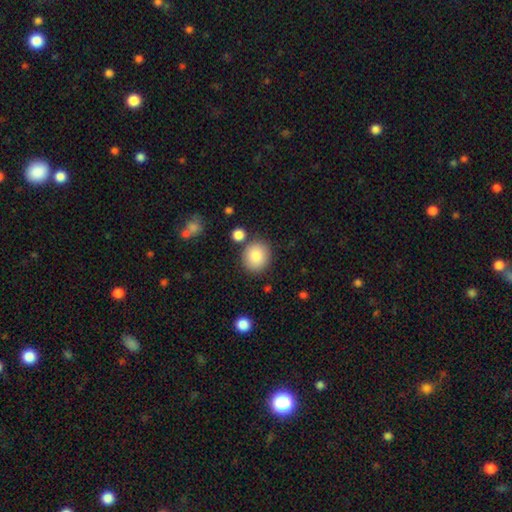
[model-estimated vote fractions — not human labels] Smooth or featured? smooth (85%)
How rounded? round (83%)
Merging? none (82%)